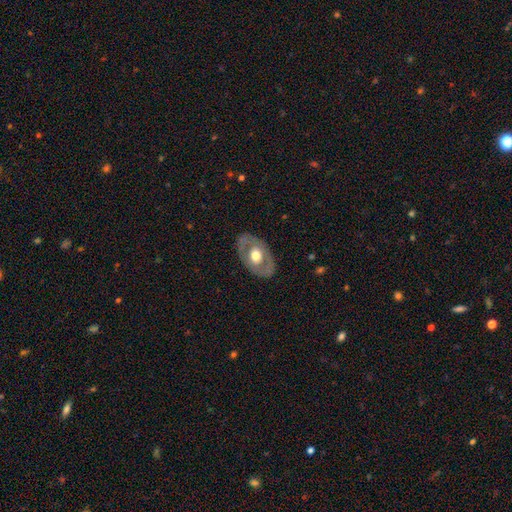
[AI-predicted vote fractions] This is possibly a featured or disk galaxy (55%). It is clearly not viewed edge-on (89%). Merging: clearly none (82%).